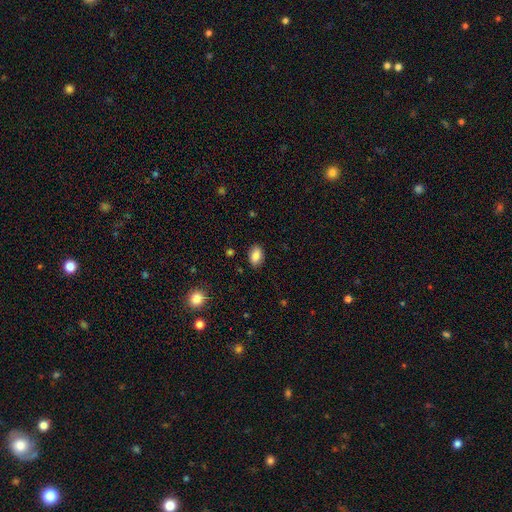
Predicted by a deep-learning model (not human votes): Smooth or featured? smooth (84%)
How rounded? in between (89%)
Merging? none (87%)